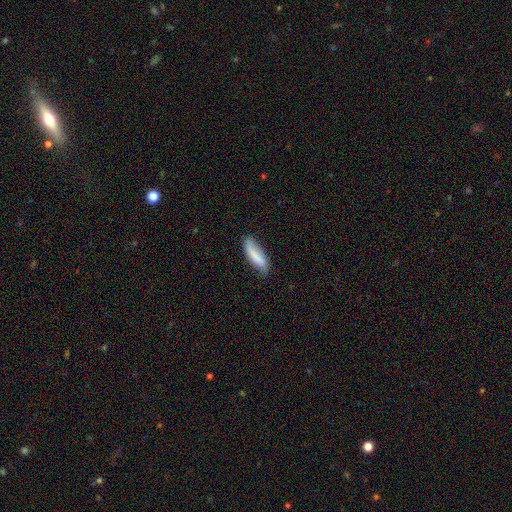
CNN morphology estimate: smooth 79%, featured or disk 15%, star or artifact 6%. Down the decision tree: how rounded — cigar-shaped (51%); merging — none (67%).